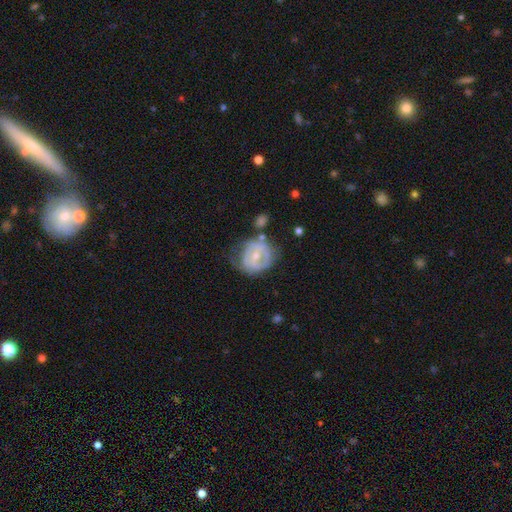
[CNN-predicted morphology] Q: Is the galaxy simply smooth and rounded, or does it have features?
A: featured or disk — 65%.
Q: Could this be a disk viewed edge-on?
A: no — 97%.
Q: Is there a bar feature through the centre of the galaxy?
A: weak — 43%.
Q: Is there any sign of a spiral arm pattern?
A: yes — 55%.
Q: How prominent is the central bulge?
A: moderate — 53%.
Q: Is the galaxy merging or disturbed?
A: none — 48%.